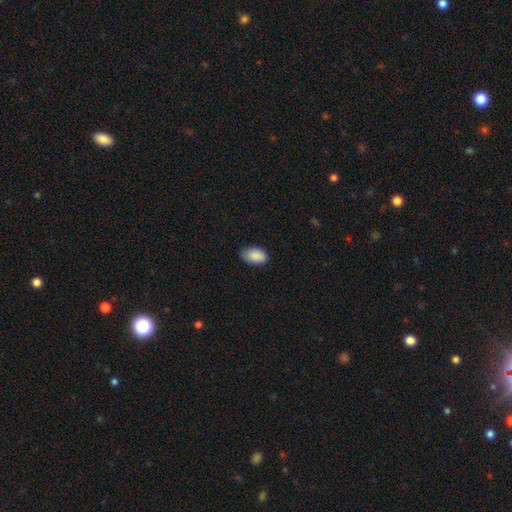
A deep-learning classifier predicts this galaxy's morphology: Smooth or featured? Predicted: smooth (p=0.89). How rounded? Predicted: in between (p=0.93). Merging? Predicted: none (p=0.74).